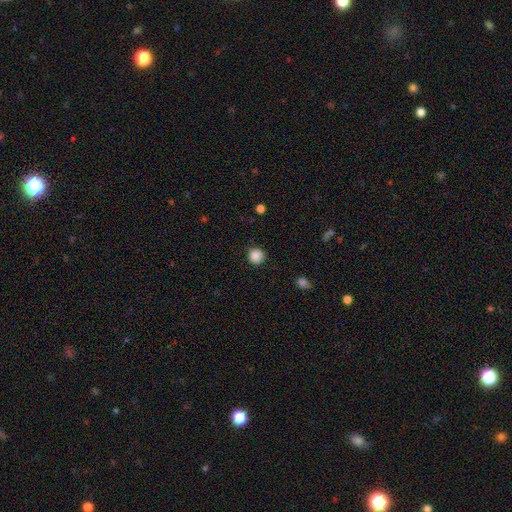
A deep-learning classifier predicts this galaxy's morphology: A smooth galaxy with no disk features (87%) that is round (94%).

Vote fractions:
- Smooth or featured? smooth: 87% / star or artifact: 10% / featured or disk: 3%
- How rounded? round: 94% / in between: 5% / cigar-shaped: 1%
- Merging? none: 89% / minor disturbance: 8% / major disturbance: 2% / merger: 1%